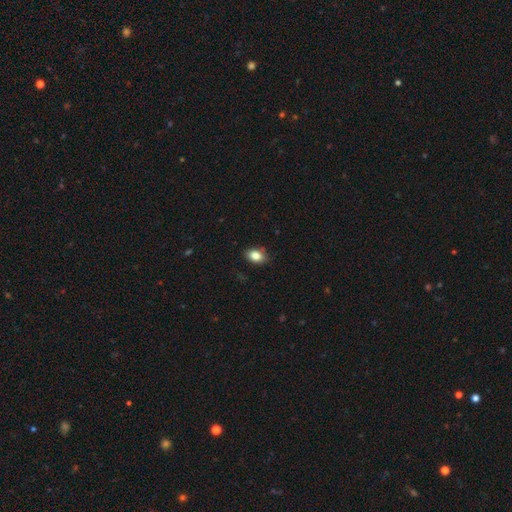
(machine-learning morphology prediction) A smooth galaxy with no disk features (85%) that is in between round and cigar-shaped (83%). Merging: none (84%).